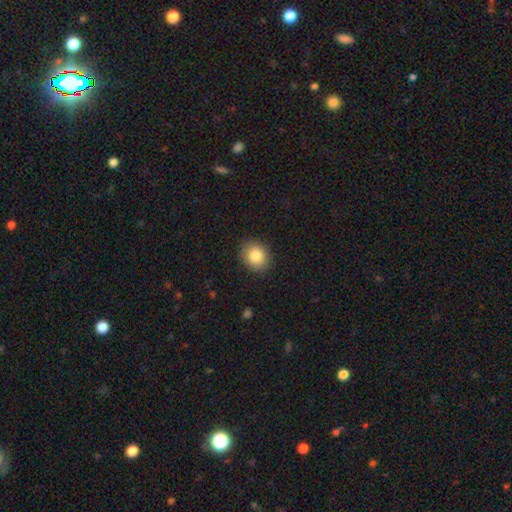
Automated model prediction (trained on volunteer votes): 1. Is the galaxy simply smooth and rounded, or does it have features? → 85% smooth, 8% star or artifact, 7% featured or disk.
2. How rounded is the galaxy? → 64% round, 35% in between, 1% cigar-shaped.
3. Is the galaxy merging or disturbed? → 88% none, 9% minor disturbance, 2% major disturbance, 1% merger.